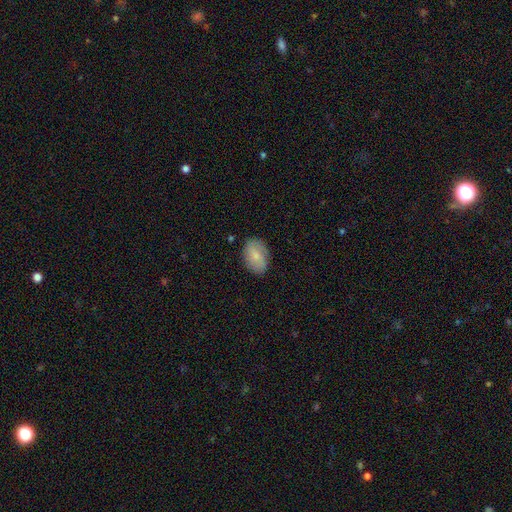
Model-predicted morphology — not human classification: smooth_or_featured: smooth (p=0.75) [alt: featured or disk p=0.18]
how_rounded: in between (p=0.88) [alt: round p=0.11]
merging: none (p=0.80) [alt: minor disturbance p=0.15]